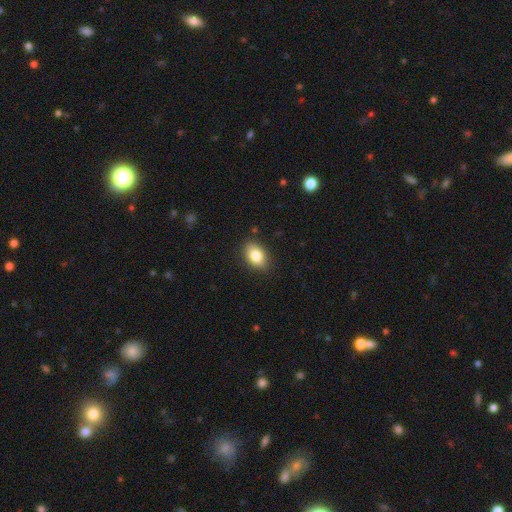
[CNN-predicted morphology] Smooth or featured: smooth — 83% (featured or disk — 9%)
How rounded: in between — 84% (round — 15%)
Merging: none — 87% (minor disturbance — 10%)